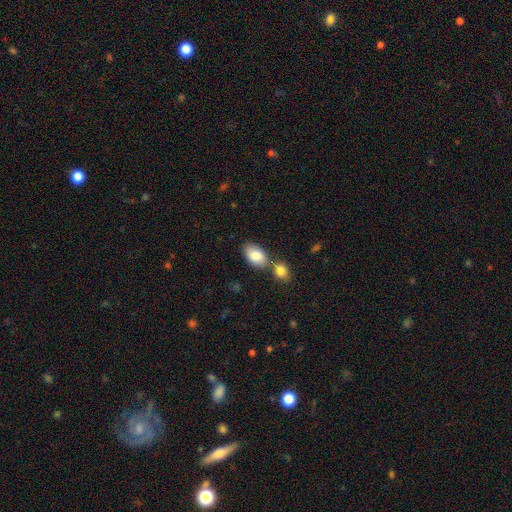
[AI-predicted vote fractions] Overall: smooth (85%). How rounded: in between (92%). Merging: none (55%; merger 28%).